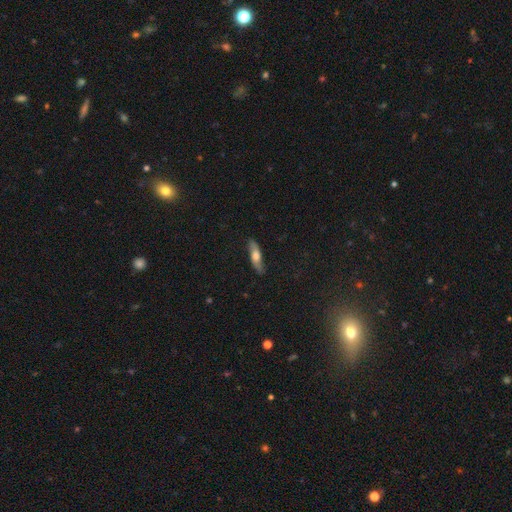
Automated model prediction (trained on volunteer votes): smooth-or-featured: smooth: 51% | featured or disk: 43% | star or artifact: 6%
  how-rounded: cigar-shaped: 65% | in between: 32% | round: 3%
  merging: none: 85% | minor disturbance: 12% | major disturbance: 2% | merger: 1%